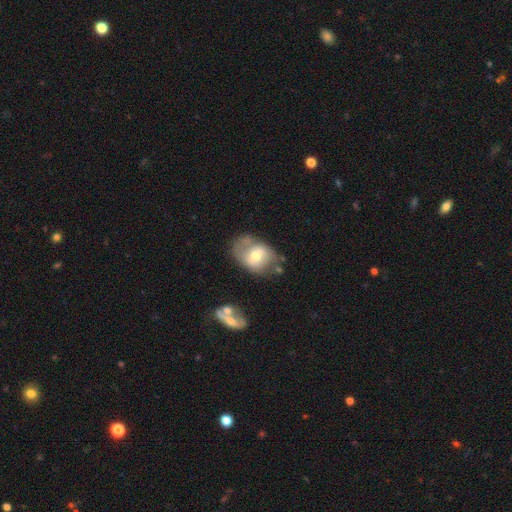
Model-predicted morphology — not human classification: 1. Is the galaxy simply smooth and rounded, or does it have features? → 48% featured or disk, 45% smooth, 7% star or artifact.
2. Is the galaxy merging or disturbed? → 49% none, 25% minor disturbance, 15% major disturbance, 11% merger.